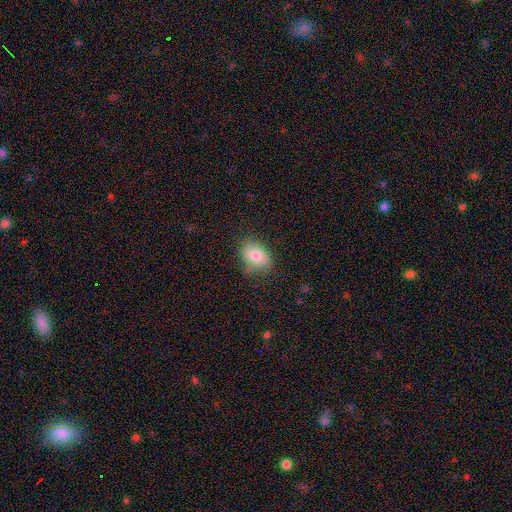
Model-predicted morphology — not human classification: type=smooth (80%); roundness=in between (78%); merging=none (70%).